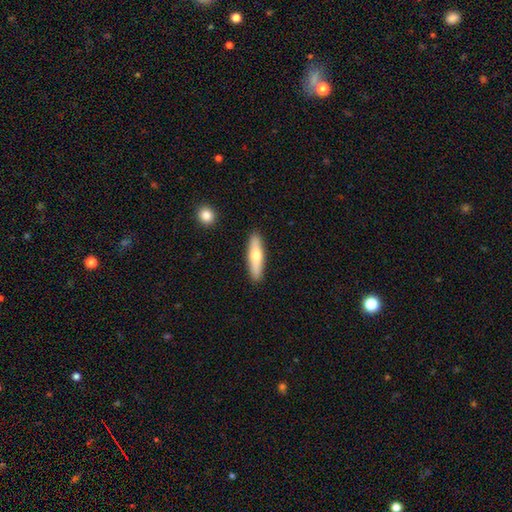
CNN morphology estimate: The model was most divided on "smooth or featured": smooth: 59%, featured or disk: 35%, star or artifact: 5%. More confident: merging — none (90%); how rounded — cigar-shaped (71%).